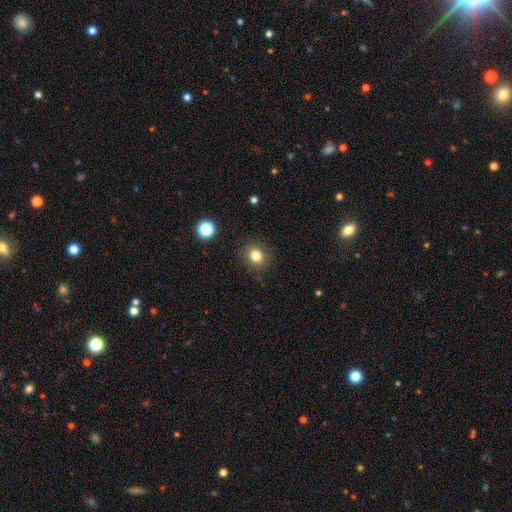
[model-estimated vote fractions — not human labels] Smooth or featured?
  - smooth: 82% *
  - star or artifact: 12%
  - featured or disk: 6%
How rounded?
  - round: 74% *
  - in between: 25%
  - cigar-shaped: 1%
Merging?
  - none: 88% *
  - minor disturbance: 8%
  - major disturbance: 3%
  - merger: 1%